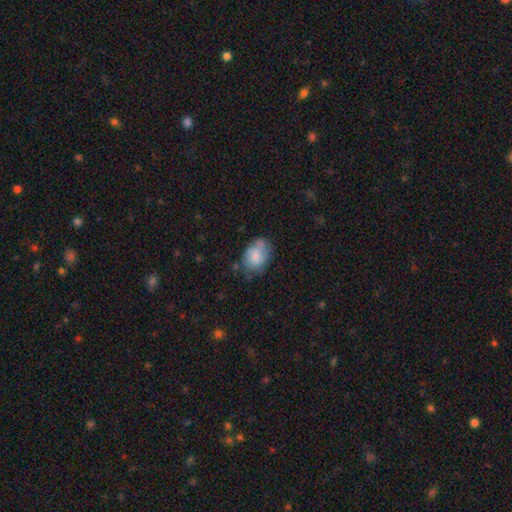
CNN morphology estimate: Smooth or featured: smooth — 70% (featured or disk — 23%)
How rounded: in between — 77% (round — 22%)
Merging: none — 52% (minor disturbance — 32%)